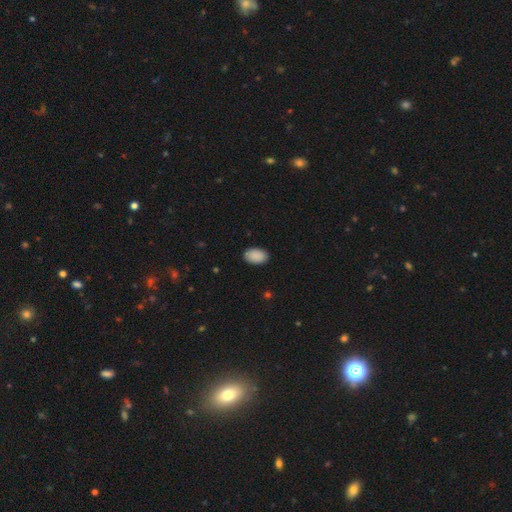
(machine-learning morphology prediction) smooth 90%, star or artifact 7%, featured or disk 3%. Down the decision tree: how rounded — in between (89%); merging — none (89%).